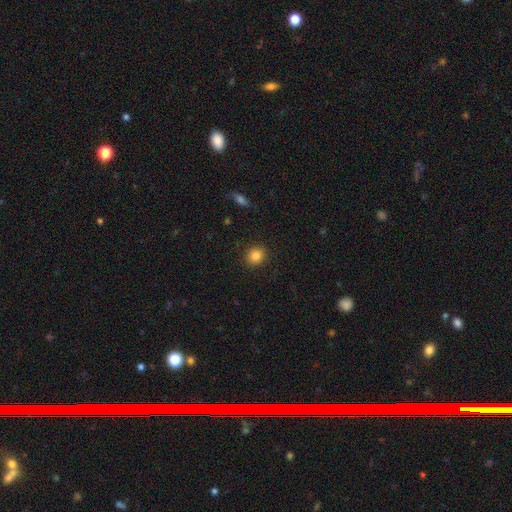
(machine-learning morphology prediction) A smooth galaxy with no disk features (84%) that is round (82%).

Vote fractions:
- Smooth or featured? smooth: 84% / star or artifact: 11% / featured or disk: 5%
- How rounded? round: 82% / in between: 17% / cigar-shaped: 1%
- Merging? none: 91% / minor disturbance: 6% / major disturbance: 2% / merger: 1%